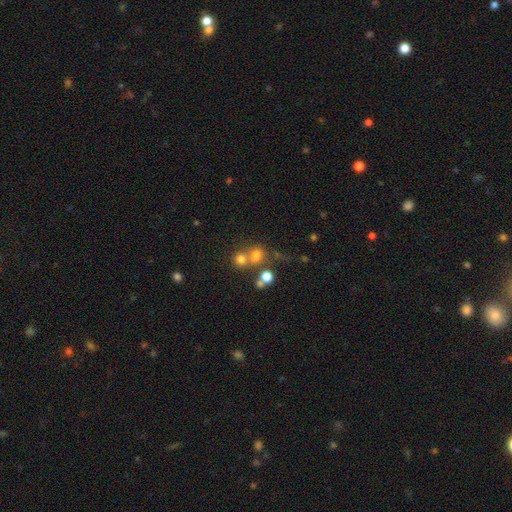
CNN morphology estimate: Q: Smooth or featured?
A: smooth (69%); runner-up: star or artifact (18%)
Q: How rounded?
A: round (81%); runner-up: in between (18%)
Q: Merging?
A: none (46%); runner-up: merger (41%)